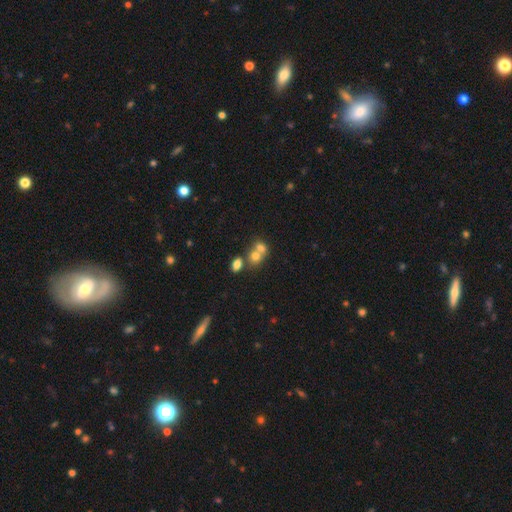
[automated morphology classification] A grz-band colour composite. It shows a smooth galaxy with no disk features (72%) that is round (60%). Merging: merger (60%).